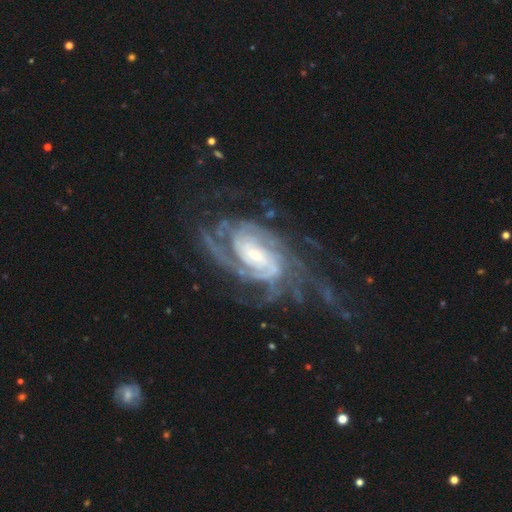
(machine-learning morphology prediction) Q: Smooth or featured?
A: featured or disk (91%); runner-up: star or artifact (5%)
Q: Edge-on disk?
A: no (96%); runner-up: yes (4%)
Q: Bar?
A: no (51%); runner-up: weak (32%)
Q: Spiral arms?
A: yes (98%); runner-up: no (2%)
Q: Spiral winding?
A: tight (62%); runner-up: medium (31%)
Q: Spiral arm count?
A: 2 (23%); runner-up: can't tell (22%)
Q: Bulge size?
A: small (60%); runner-up: moderate (32%)
Q: Merging?
A: none (61%); runner-up: major disturbance (19%)